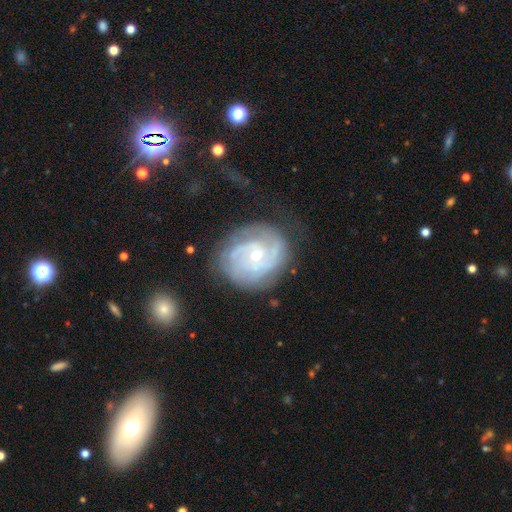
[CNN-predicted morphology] A featured or disk galaxy (85%) with no bar (69%), 2 (37%) tight (61%) spiral arms (95%) and a small central bulge (66%). Merging: none (71%).